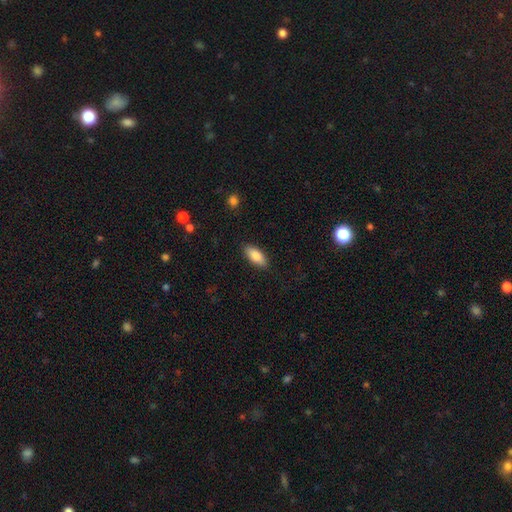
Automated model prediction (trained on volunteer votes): smooth-or-featured: smooth: 83% | featured or disk: 10% | star or artifact: 6%
  how-rounded: in between: 82% | cigar-shaped: 16% | round: 2%
  merging: none: 88% | minor disturbance: 9% | major disturbance: 2% | merger: 1%